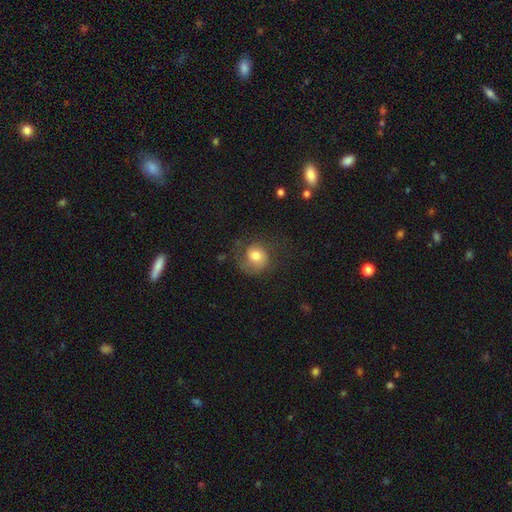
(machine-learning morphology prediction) A smooth galaxy with no disk features (57%) that is round (79%).

Vote fractions:
- Smooth or featured? smooth: 57% / featured or disk: 34% / star or artifact: 9%
- How rounded? round: 79% / in between: 20% / cigar-shaped: 1%
- Merging? none: 55% / major disturbance: 22% / minor disturbance: 22% / merger: 2%